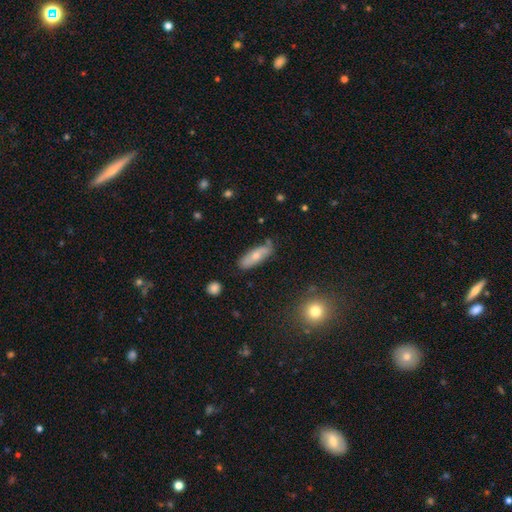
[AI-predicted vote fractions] Q: Smooth or featured?
A: smooth (58%); runner-up: featured or disk (35%)
Q: How rounded?
A: in between (59%); runner-up: cigar-shaped (38%)
Q: Merging?
A: none (71%); runner-up: minor disturbance (22%)